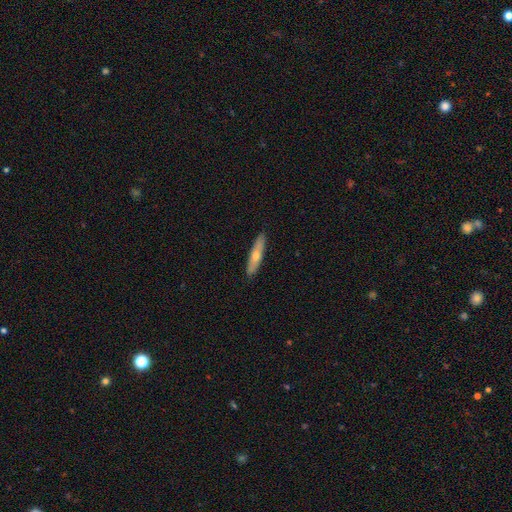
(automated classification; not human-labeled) Smooth or featured: smooth — 51% (featured or disk — 43%)
How rounded: cigar-shaped — 86% (in between — 12%)
Merging: none — 90% (minor disturbance — 7%)